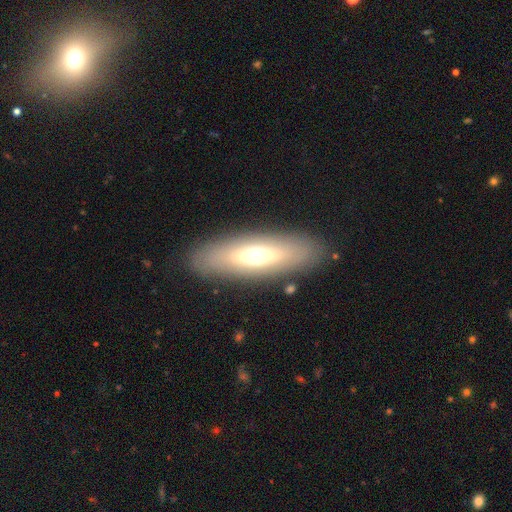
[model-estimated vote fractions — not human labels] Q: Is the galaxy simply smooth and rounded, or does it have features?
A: smooth — 53%.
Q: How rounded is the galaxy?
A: in between — 55%.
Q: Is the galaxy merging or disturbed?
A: none — 86%.